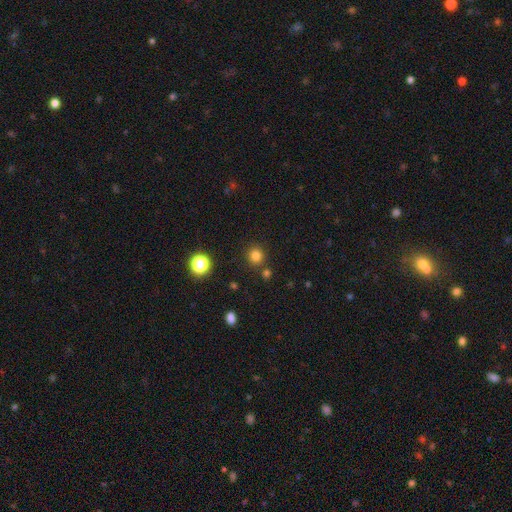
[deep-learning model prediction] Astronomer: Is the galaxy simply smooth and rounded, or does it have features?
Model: smooth — 80%.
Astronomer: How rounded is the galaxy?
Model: round — 92%.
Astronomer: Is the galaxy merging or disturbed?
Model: none — 85%.